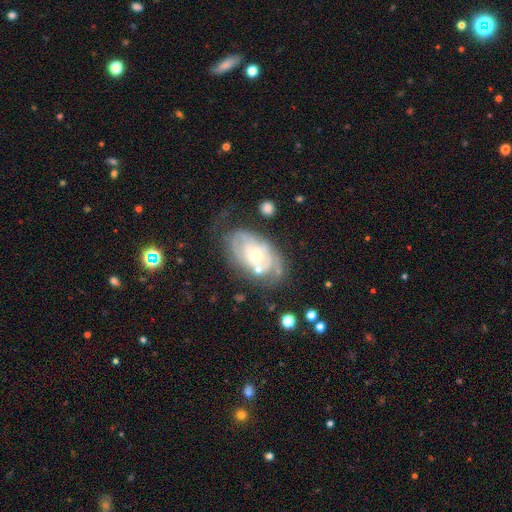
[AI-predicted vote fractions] Morphology: type=featured or disk (74%); edge-on=no (95%); bar=no (80%); spiral arms=yes (76%); winding=tight (61%); arm count=can't tell (48%); bulge=moderate (49%); merging=none (52%).